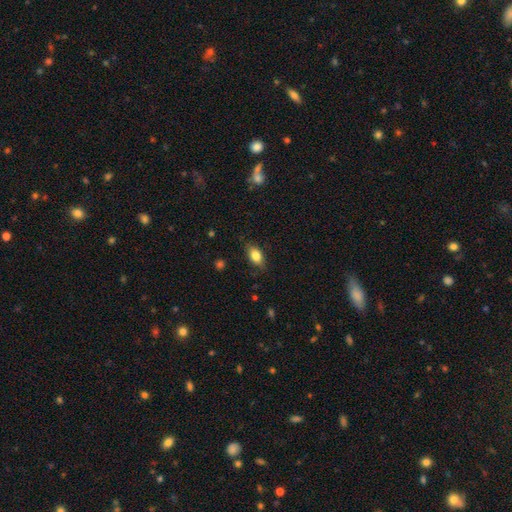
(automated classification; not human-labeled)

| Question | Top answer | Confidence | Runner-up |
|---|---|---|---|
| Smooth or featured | smooth | 83% | featured or disk (9%) |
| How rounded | in between | 86% | round (10%) |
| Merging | none | 81% | minor disturbance (15%) |